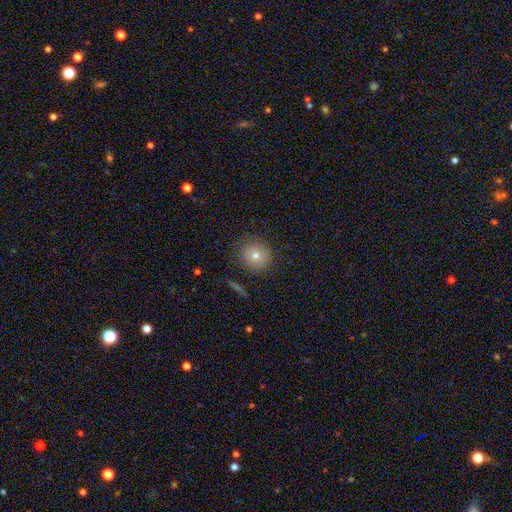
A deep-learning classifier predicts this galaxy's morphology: Smooth or featured: smooth — 74% (featured or disk — 13%)
How rounded: round — 91% (in between — 8%)
Merging: none — 86% (minor disturbance — 9%)